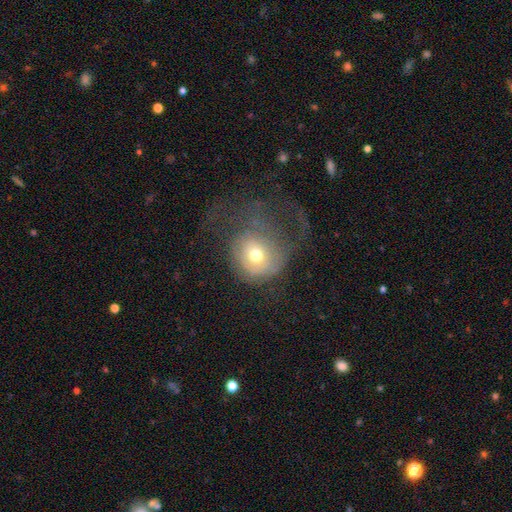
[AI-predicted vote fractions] This appears to be a smooth galaxy with no disk features (60%) that is round (82%). Merging: major disturbance (51%).